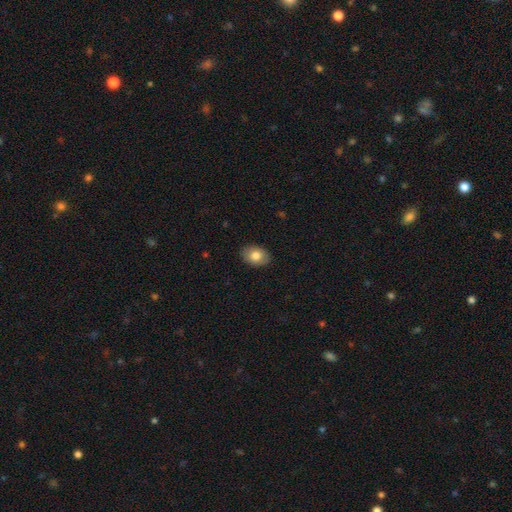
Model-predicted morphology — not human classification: This appears to be a smooth galaxy with no disk features (81%) that is in between round and cigar-shaped (79%). Merging: none (88%).